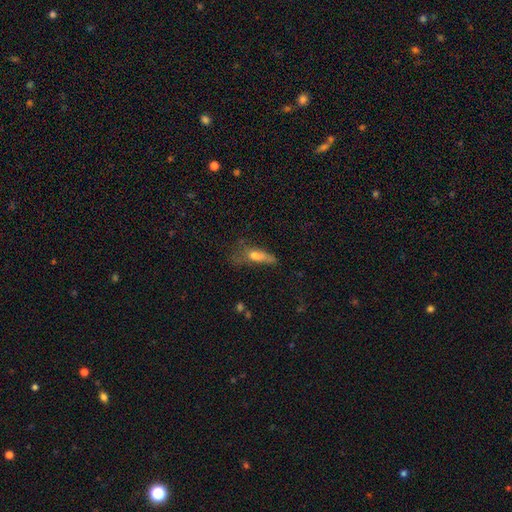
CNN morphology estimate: A smooth galaxy with no disk features (60%) that is in between round and cigar-shaped (48%). Merging: major disturbance (41%).